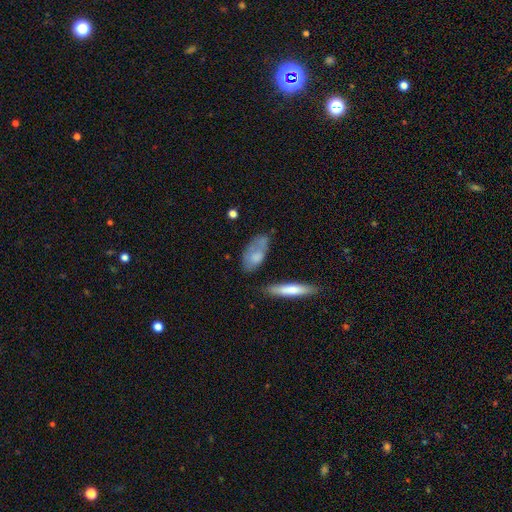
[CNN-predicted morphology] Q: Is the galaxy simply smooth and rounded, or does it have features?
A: smooth — 66%.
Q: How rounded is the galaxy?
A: in between — 81%.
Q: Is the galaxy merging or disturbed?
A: none — 50%.